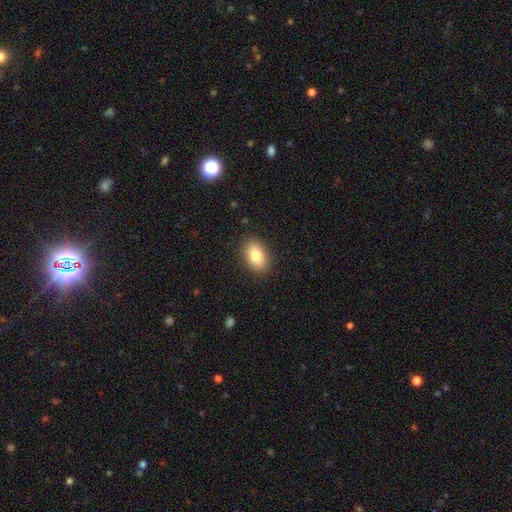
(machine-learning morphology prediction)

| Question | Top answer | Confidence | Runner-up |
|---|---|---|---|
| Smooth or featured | smooth | 83% | featured or disk (10%) |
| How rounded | in between | 88% | round (11%) |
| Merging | none | 88% | minor disturbance (9%) |